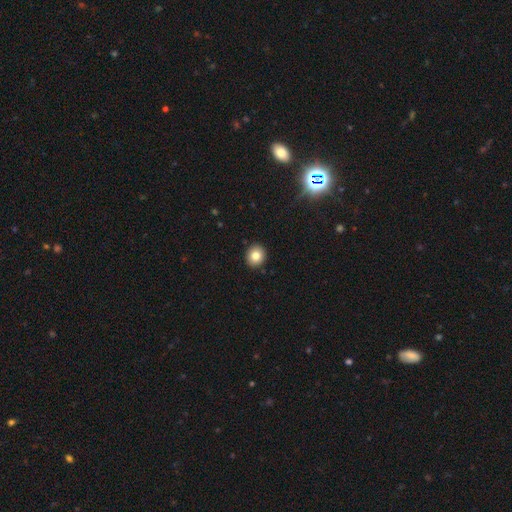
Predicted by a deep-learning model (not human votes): Smooth or featured? smooth (81%)
How rounded? round (81%)
Merging? none (92%)